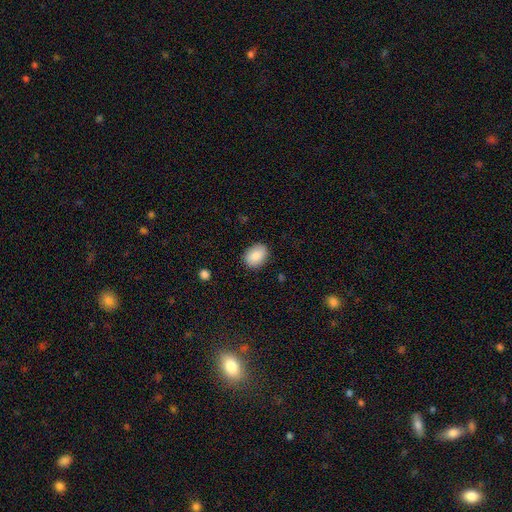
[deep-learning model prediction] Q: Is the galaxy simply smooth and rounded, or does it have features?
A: smooth — 87%.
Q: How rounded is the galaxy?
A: in between — 73%.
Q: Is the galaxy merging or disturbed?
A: none — 87%.